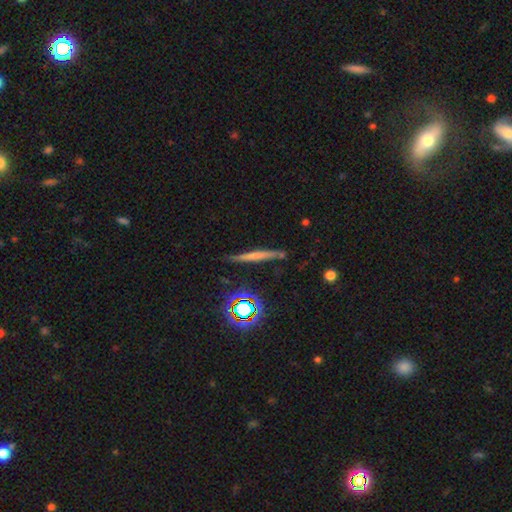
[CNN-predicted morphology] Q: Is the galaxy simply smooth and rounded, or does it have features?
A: smooth — 46%.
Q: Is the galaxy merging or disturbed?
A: none — 83%.